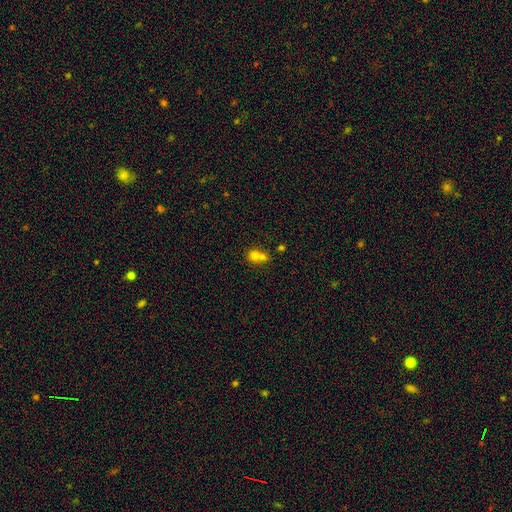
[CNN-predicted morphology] A smooth galaxy with no disk features (72%) that is round (72%).

Vote fractions:
- Smooth or featured? smooth: 72% / featured or disk: 15% / star or artifact: 13%
- How rounded? round: 72% / in between: 26% / cigar-shaped: 1%
- Merging? merger: 63% / none: 28% / minor disturbance: 6% / major disturbance: 3%